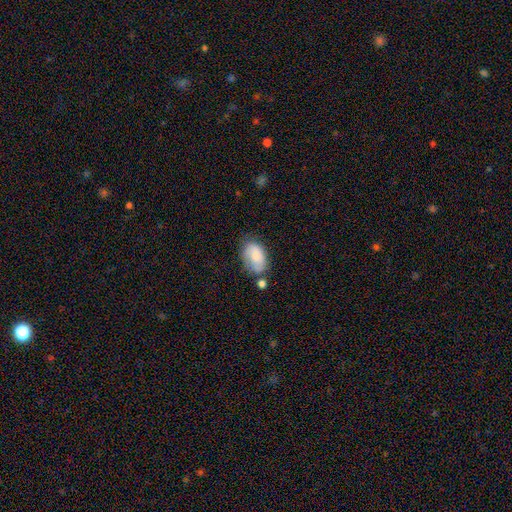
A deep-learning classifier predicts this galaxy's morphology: This appears to be a smooth galaxy with no disk features (71%) that is in between round and cigar-shaped (90%). Merging: none (53%).